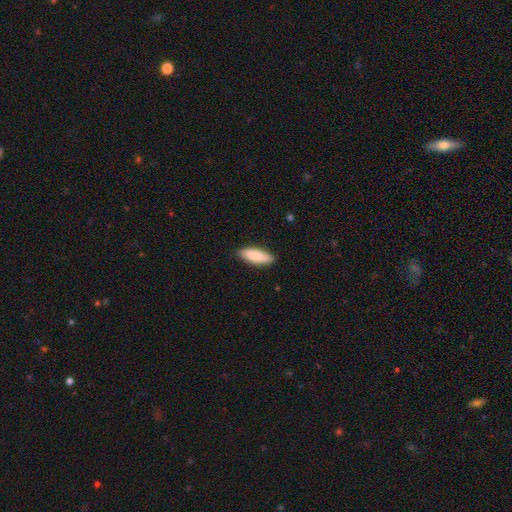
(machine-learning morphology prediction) Smooth or featured: smooth — 86% (featured or disk — 9%)
How rounded: in between — 59% (cigar-shaped — 39%)
Merging: none — 87% (minor disturbance — 10%)